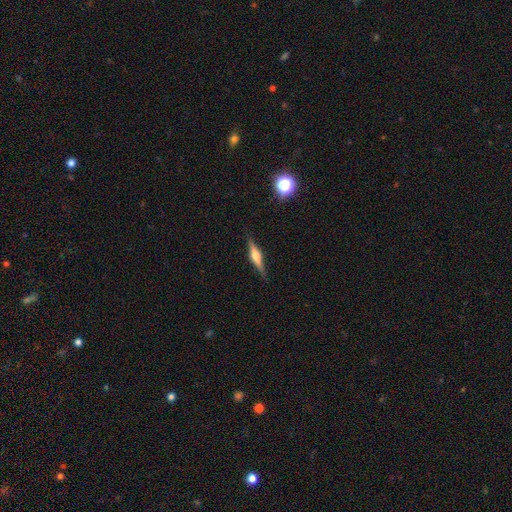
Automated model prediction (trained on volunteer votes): featured or disk 72%, smooth 22%, star or artifact 7%. Down the decision tree: edge-on disk — yes (98%); edge-on bulge — rounded (85%); merging — none (88%).